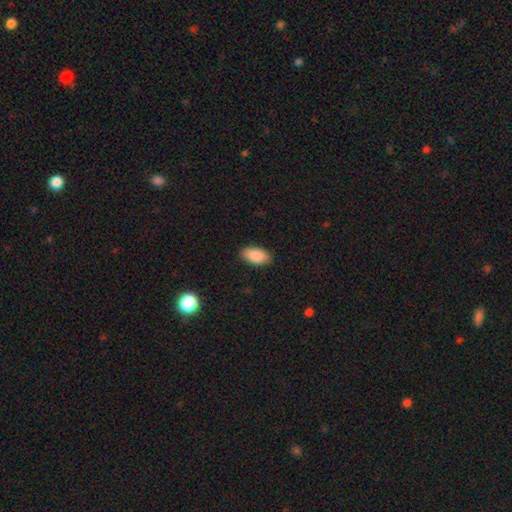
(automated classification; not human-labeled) Morphology: type=smooth (88%); roundness=in between (94%); merging=none (86%).